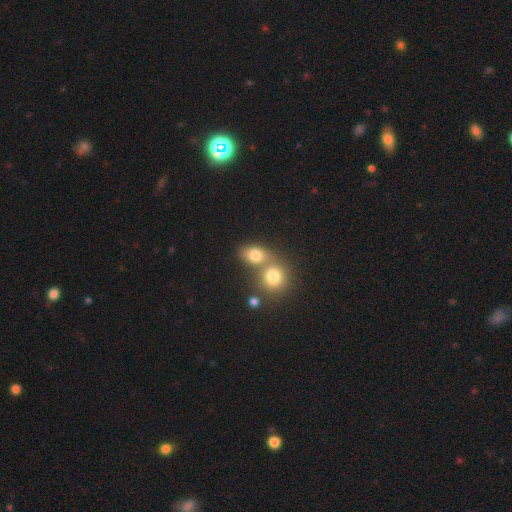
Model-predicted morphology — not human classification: Smooth or featured? smooth (76%)
How rounded? round (50%)
Merging? merger (53%)